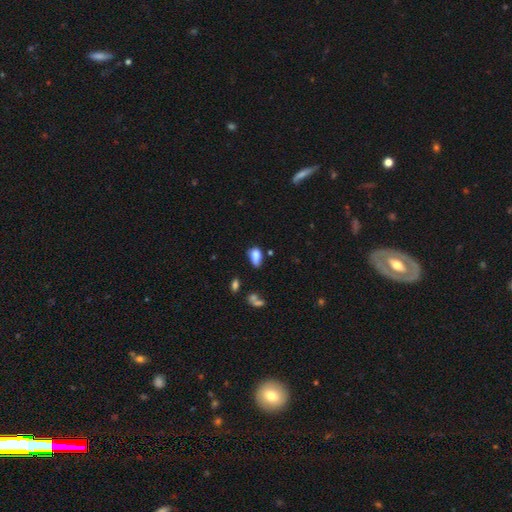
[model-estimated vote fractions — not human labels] A smooth galaxy with no disk features (82%) that is in between round and cigar-shaped (87%).

Vote fractions:
- Smooth or featured? smooth: 82% / star or artifact: 10% / featured or disk: 8%
- How rounded? in between: 87% / round: 8% / cigar-shaped: 5%
- Merging? none: 49% / minor disturbance: 32% / major disturbance: 10% / merger: 9%